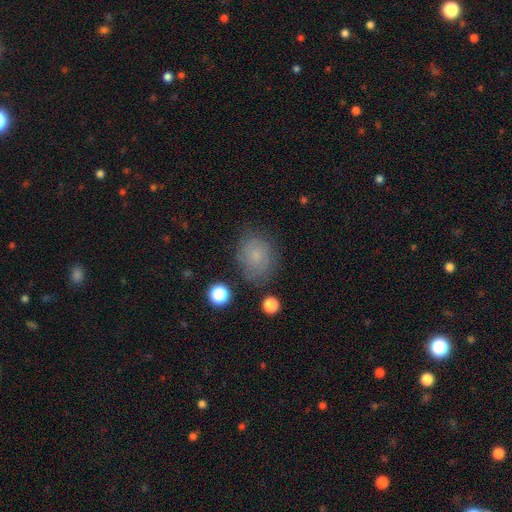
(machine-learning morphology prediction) This appears to be a smooth galaxy with no disk features (67%) that is round (59%). Merging: none (73%).